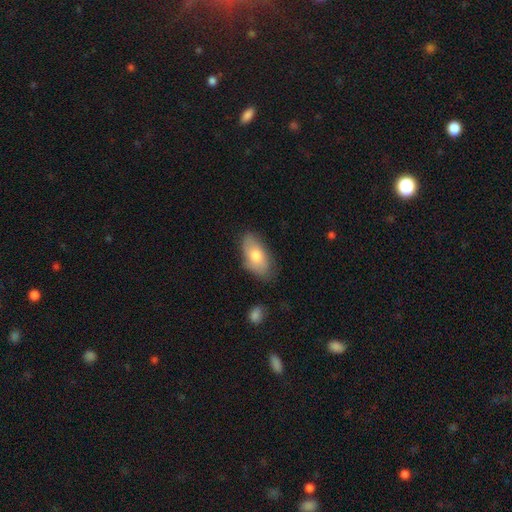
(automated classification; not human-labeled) smooth-or-featured: smooth: 73% | featured or disk: 21% | star or artifact: 6%
  how-rounded: in between: 92% | cigar-shaped: 4% | round: 3%
  merging: none: 71% | minor disturbance: 22% | major disturbance: 5% | merger: 2%